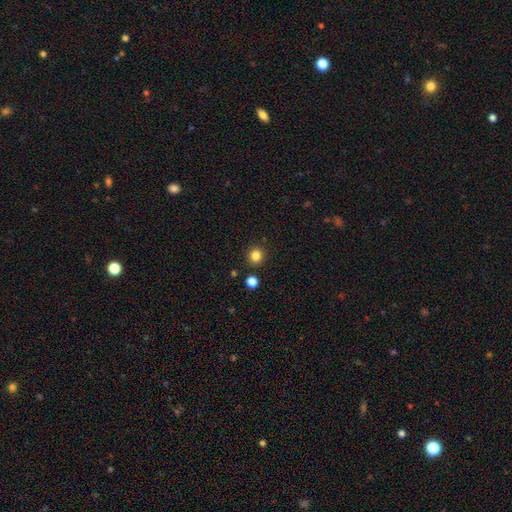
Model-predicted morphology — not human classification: This is clearly a smooth galaxy (83%). How rounded: clearly round (93%). Merging: clearly none (90%).